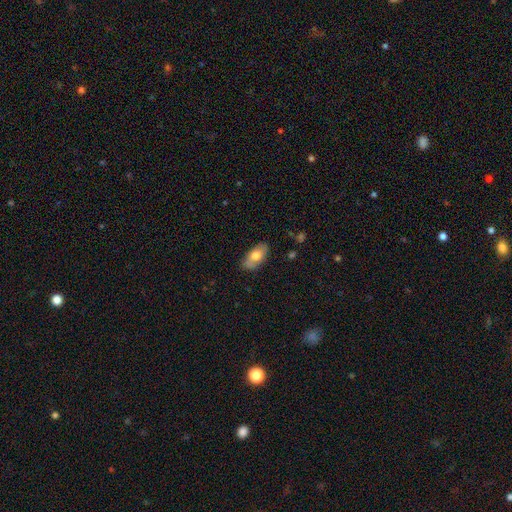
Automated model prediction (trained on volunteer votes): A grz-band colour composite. It shows a smooth galaxy with no disk features (68%) that is in between round and cigar-shaped (92%). Merging: none (79%).